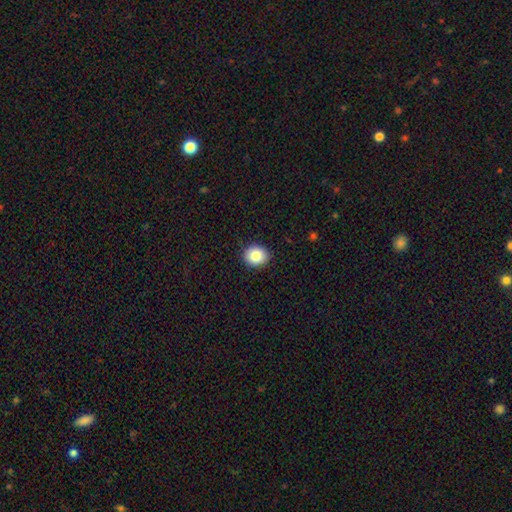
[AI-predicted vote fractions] Overall: smooth (83%). How rounded: round (77%). Merging: none (90%).